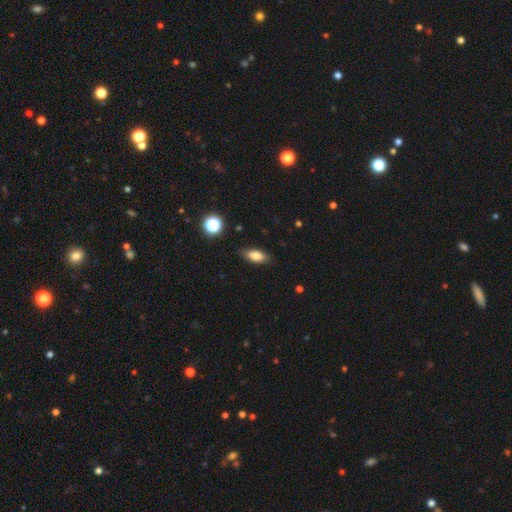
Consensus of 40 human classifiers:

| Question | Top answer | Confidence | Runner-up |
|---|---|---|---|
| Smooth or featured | smooth | 82% | star or artifact (12%) |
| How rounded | in between | 88% | round (9%) |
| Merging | none | 94% | major disturbance (3%) |